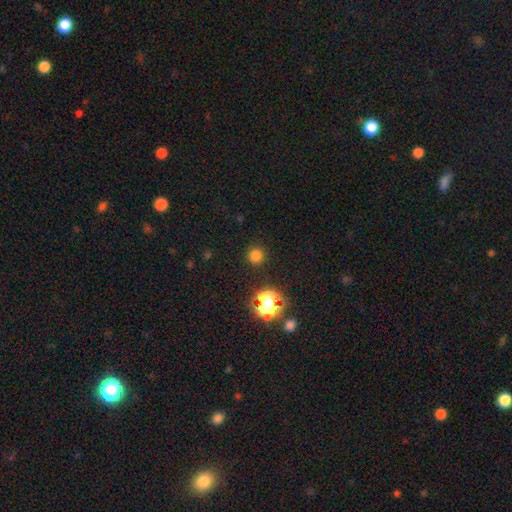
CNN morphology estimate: smooth_or_featured: smooth (p=0.76) [alt: star or artifact p=0.20]
how_rounded: round (p=0.94) [alt: in between p=0.05]
merging: none (p=0.89) [alt: minor disturbance p=0.07]